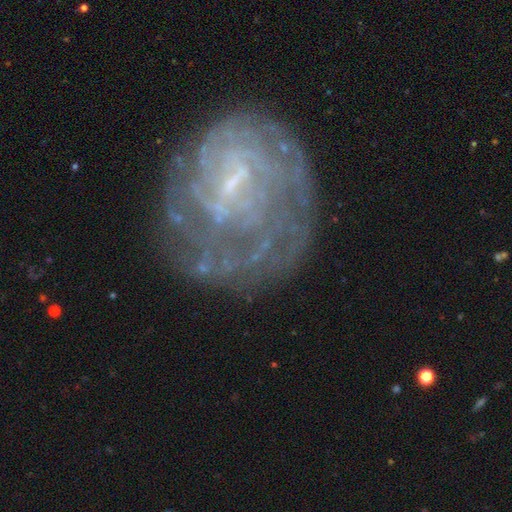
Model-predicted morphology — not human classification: Smooth or featured? Predicted: featured or disk (p=0.75). Edge-on disk? Predicted: no (p=0.98). Bar? Predicted: weak (p=0.51). Spiral arms? Predicted: yes (p=0.71). Spiral winding? Predicted: tight (p=0.63). Spiral arm count? Predicted: can't tell (p=0.58). Bulge size? Predicted: small (p=0.54). Merging? Predicted: none (p=0.60).